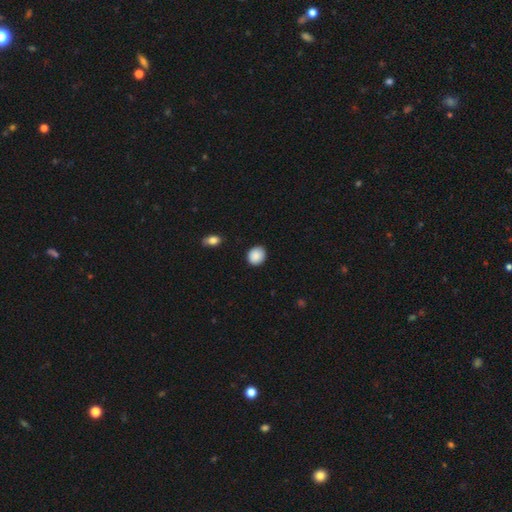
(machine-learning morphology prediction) This appears to be a smooth galaxy with no disk features (89%) that is round (67%). Merging: none (87%).